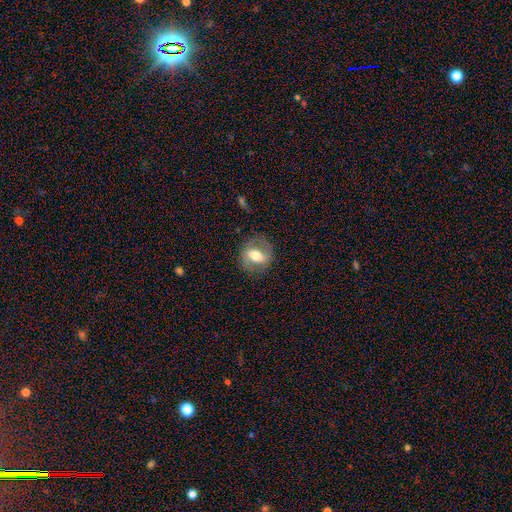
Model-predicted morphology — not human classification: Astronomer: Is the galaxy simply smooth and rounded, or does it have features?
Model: featured or disk — 53% (runner-up: smooth, 40%).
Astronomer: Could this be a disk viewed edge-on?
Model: no — 87%.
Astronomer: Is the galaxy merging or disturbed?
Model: none — 77%.